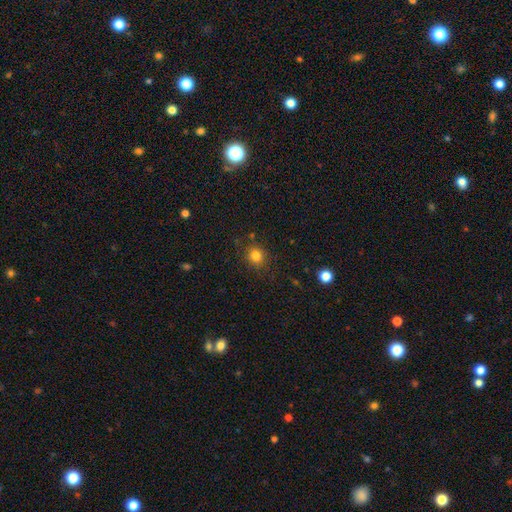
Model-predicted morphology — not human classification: Smooth or featured: smooth — 81% (star or artifact — 13%)
How rounded: round — 87% (in between — 12%)
Merging: none — 85% (minor disturbance — 9%)